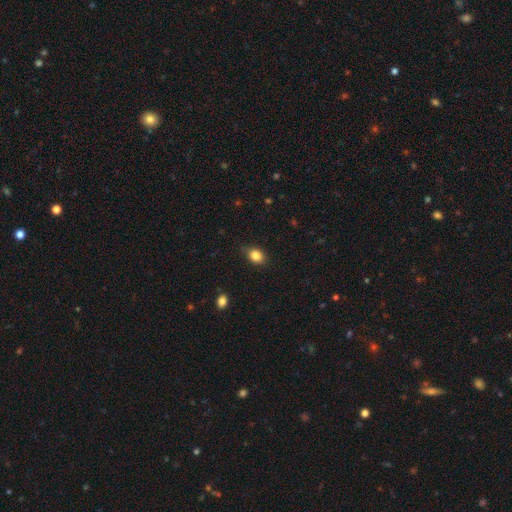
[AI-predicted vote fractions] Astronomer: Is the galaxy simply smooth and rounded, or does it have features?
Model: smooth — 84%.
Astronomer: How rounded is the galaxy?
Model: in between — 64%.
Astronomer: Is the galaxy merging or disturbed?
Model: none — 80%.